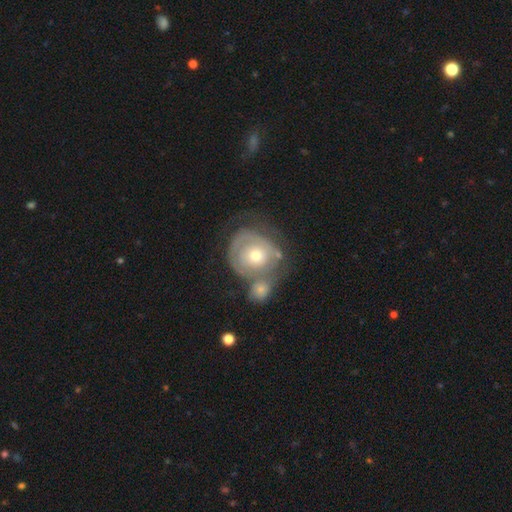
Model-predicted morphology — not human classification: This is likely a featured or disk galaxy (63%). It is clearly not viewed edge-on (97%). Bar: clearly no (88%). Spiral arm pattern: possibly yes (55%). Central bulge: possibly moderate (57%). Merging: marginally none (38%).